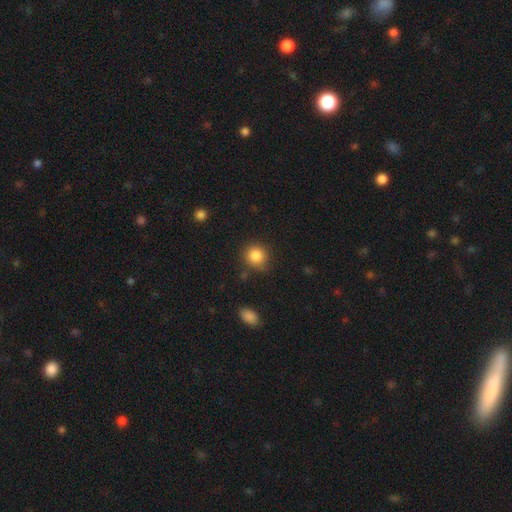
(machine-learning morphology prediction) Smooth or featured? Predicted: smooth (p=0.85). How rounded? Predicted: round (p=0.89). Merging? Predicted: none (p=0.81).